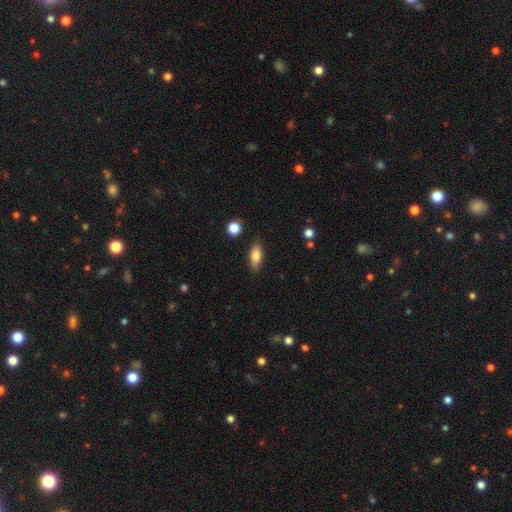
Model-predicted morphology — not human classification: Smooth or featured? Predicted: smooth (p=0.76). How rounded? Predicted: in between (p=0.77). Merging? Predicted: none (p=0.85).